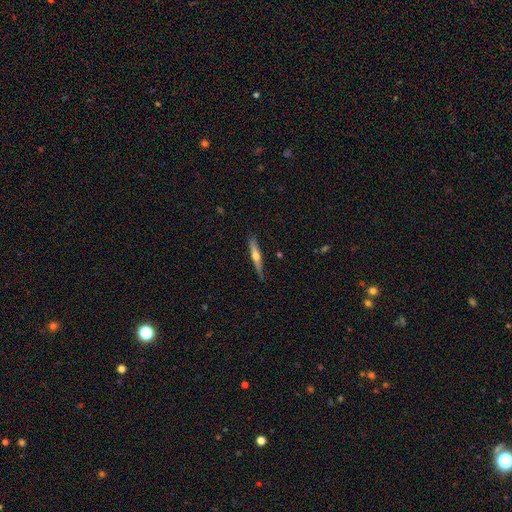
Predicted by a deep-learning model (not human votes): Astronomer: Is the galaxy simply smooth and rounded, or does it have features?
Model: featured or disk — 61%.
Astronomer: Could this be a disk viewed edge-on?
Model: yes — 96%.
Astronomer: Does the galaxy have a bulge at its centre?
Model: rounded — 91%.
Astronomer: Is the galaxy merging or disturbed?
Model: none — 83%.